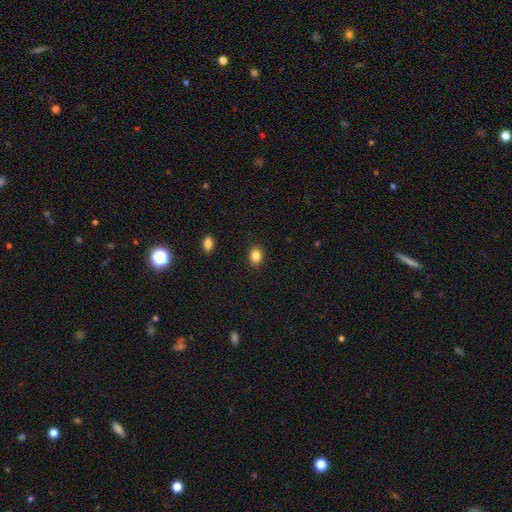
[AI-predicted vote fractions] smooth_or_featured: smooth (p=0.85) [alt: star or artifact p=0.10]
how_rounded: in between (p=0.55) [alt: round p=0.44]
merging: none (p=0.90) [alt: minor disturbance p=0.07]